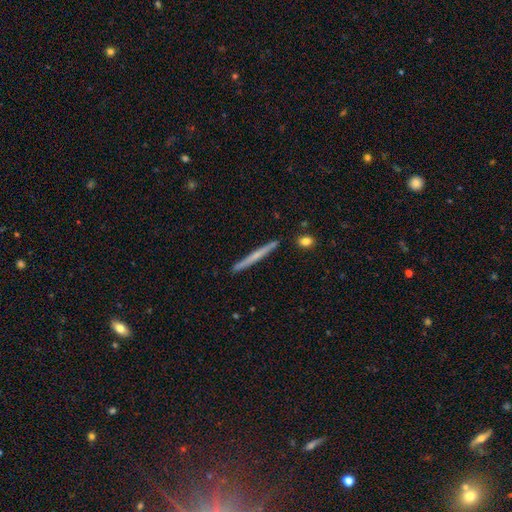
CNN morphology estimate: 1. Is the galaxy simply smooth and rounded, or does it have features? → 50% featured or disk, 44% smooth, 6% star or artifact.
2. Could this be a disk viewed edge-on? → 98% yes, 2% no.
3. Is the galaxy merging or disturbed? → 91% none, 6% minor disturbance, 2% merger, 1% major disturbance.